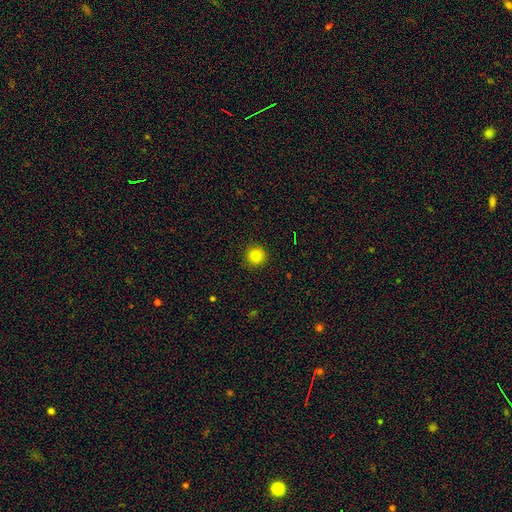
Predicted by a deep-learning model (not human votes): A smooth galaxy with no disk features (86%) that is round (95%). Merging: none (91%).